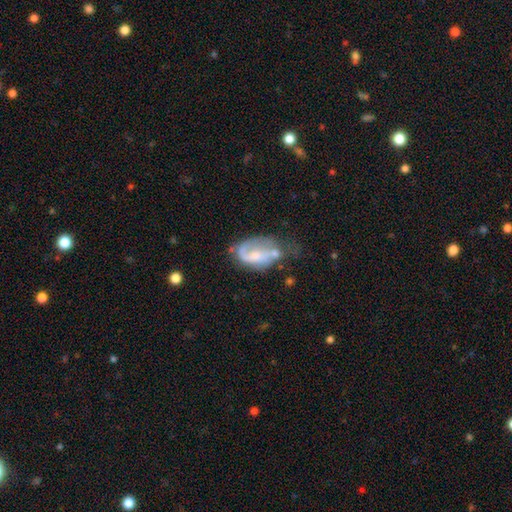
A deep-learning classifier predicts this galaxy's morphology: This appears to be a featured or disk galaxy (63%) with no bar (59%), spiral arms (72%) and a moderate central bulge (38%). Merging: major disturbance (33%).